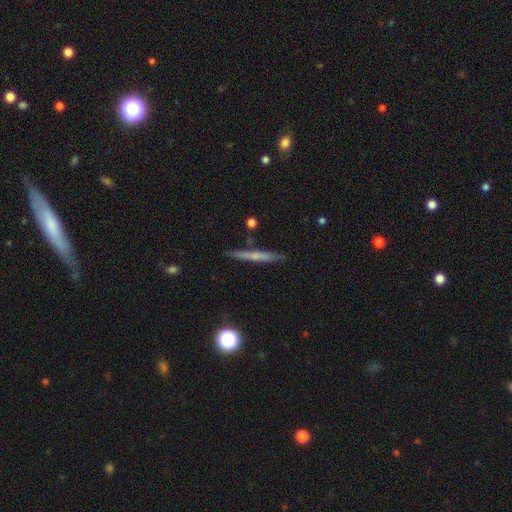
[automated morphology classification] smooth-or-featured: smooth: 50% | featured or disk: 43% | star or artifact: 8%
  merging: none: 84% | minor disturbance: 11% | merger: 3% | major disturbance: 2%